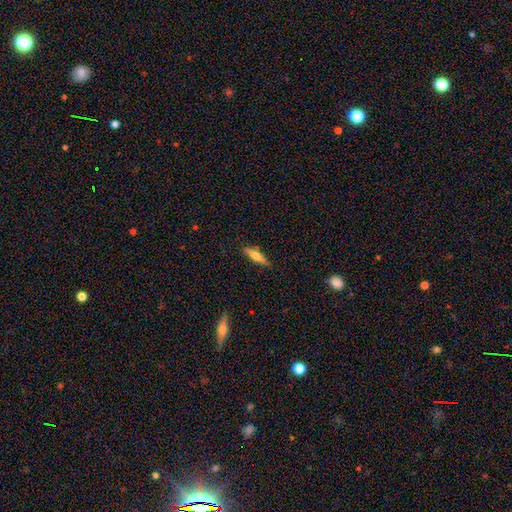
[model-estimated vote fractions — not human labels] The model was most divided on "smooth or featured": smooth: 54%, featured or disk: 40%, star or artifact: 7%. More confident: merging — none (86%); how rounded — cigar-shaped (74%).